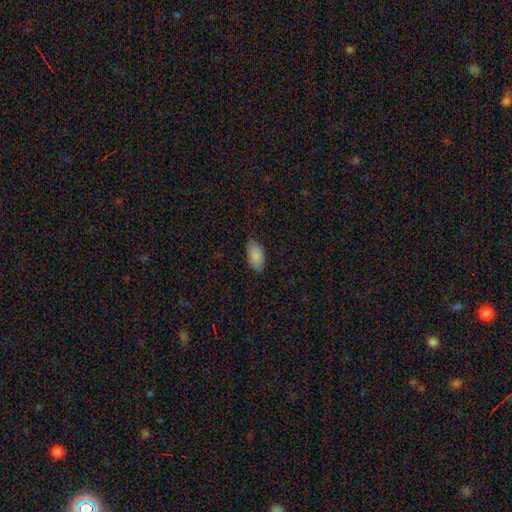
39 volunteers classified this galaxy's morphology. Q: Smooth or featured?
A: smooth (90%); runner-up: star or artifact (8%)
Q: How rounded?
A: in between (89%); runner-up: cigar-shaped (9%)
Q: Merging?
A: none (78%); runner-up: minor disturbance (19%)